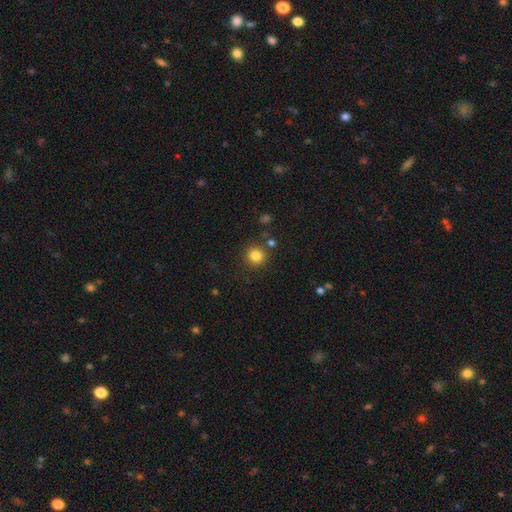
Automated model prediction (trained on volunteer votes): Smooth or featured? Predicted: smooth (p=0.83). How rounded? Predicted: round (p=0.94). Merging? Predicted: none (p=0.86).